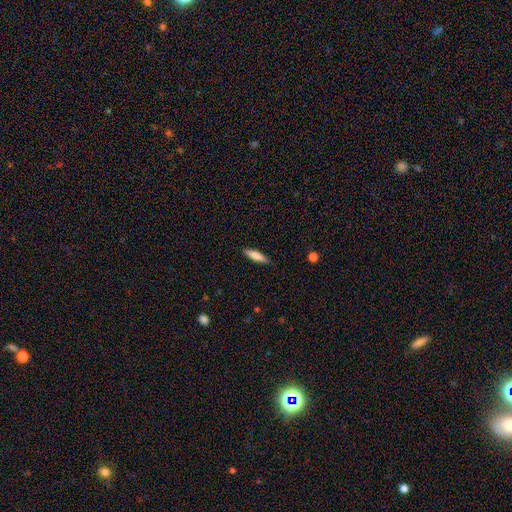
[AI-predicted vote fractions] smooth-or-featured: smooth: 69% | featured or disk: 25% | star or artifact: 6%
  how-rounded: cigar-shaped: 80% | in between: 18% | round: 2%
  merging: none: 88% | minor disturbance: 9% | major disturbance: 2% | merger: 1%